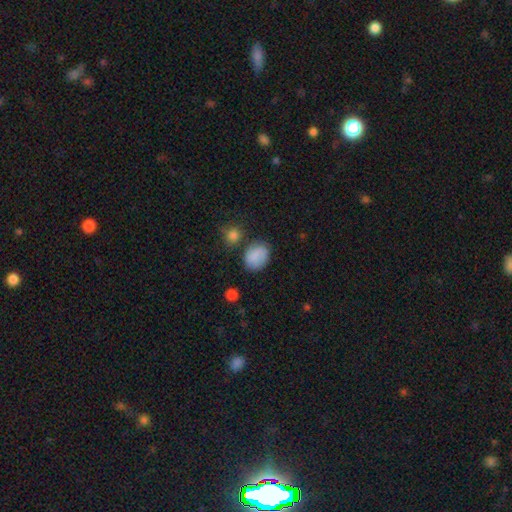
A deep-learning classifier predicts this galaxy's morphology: Smooth or featured?
  - smooth: 78% *
  - featured or disk: 13%
  - star or artifact: 9%
How rounded?
  - in between: 60% *
  - round: 39%
  - cigar-shaped: 1%
Merging?
  - none: 74% *
  - minor disturbance: 17%
  - merger: 5%
  - major disturbance: 5%